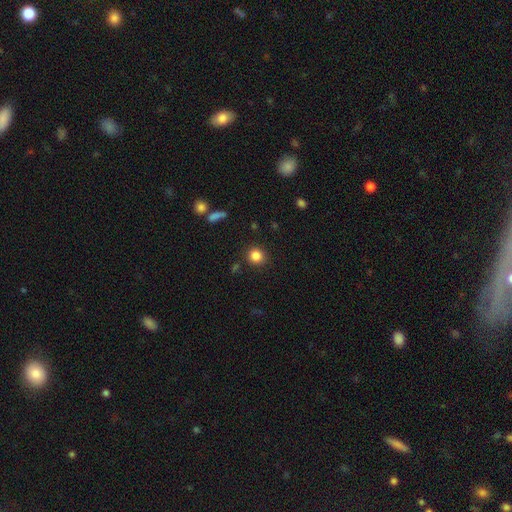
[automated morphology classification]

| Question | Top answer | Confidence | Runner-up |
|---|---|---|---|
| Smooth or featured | smooth | 84% | star or artifact (11%) |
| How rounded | round | 88% | in between (11%) |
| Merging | none | 88% | minor disturbance (7%) |